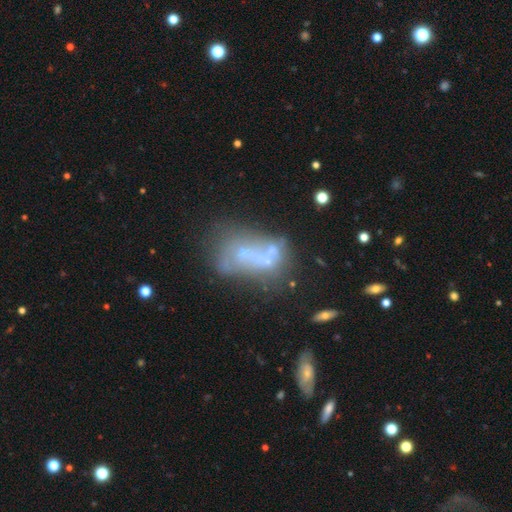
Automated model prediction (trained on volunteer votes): This appears to be a featured or disk galaxy (50%). Merging: merger (37%).